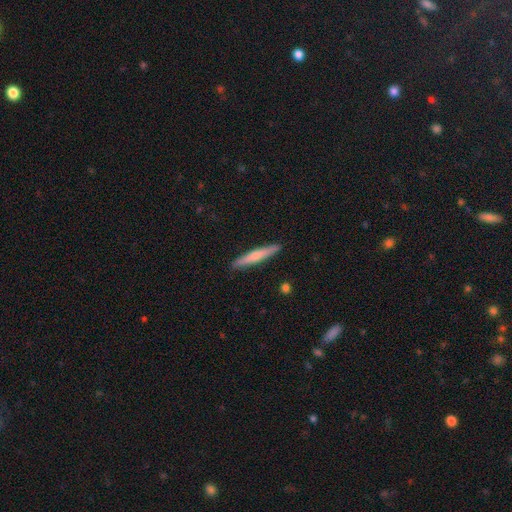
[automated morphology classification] Smooth or featured?
  - smooth: 60% *
  - featured or disk: 35%
  - star or artifact: 5%
How rounded?
  - cigar-shaped: 94% *
  - in between: 4%
  - round: 1%
Merging?
  - none: 91% *
  - minor disturbance: 7%
  - major disturbance: 1%
  - merger: 1%